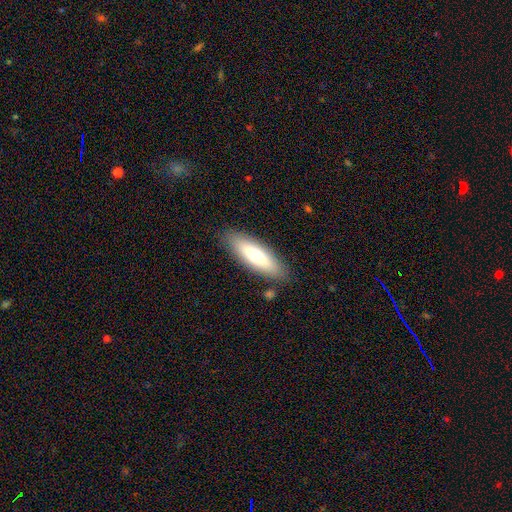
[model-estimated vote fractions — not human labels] smooth 70%, featured or disk 24%, star or artifact 6%. Down the decision tree: how rounded — in between (51%); merging — none (86%).